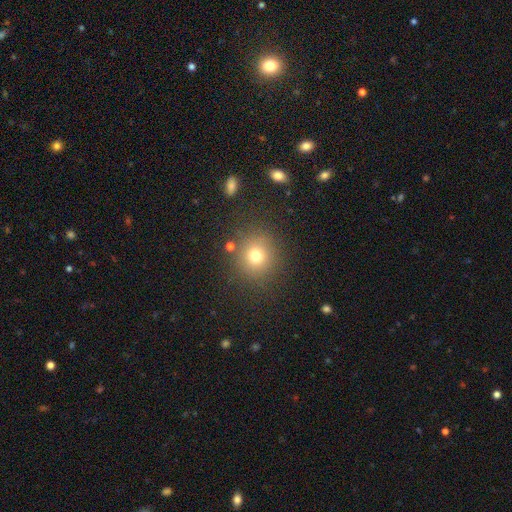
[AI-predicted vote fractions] Smooth or featured? Predicted: smooth (p=0.73). How rounded? Predicted: round (p=0.90). Merging? Predicted: none (p=0.84).